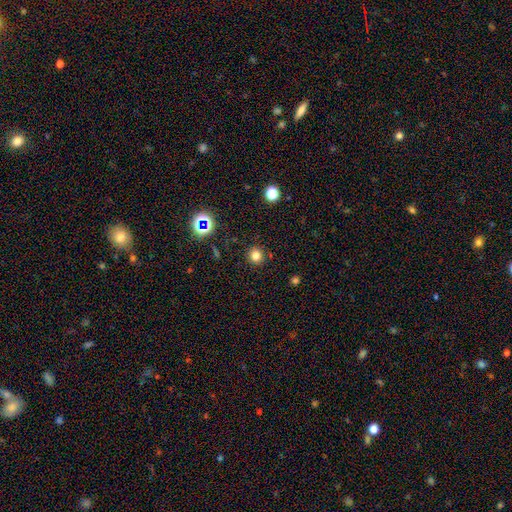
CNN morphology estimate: Q: Smooth or featured?
A: smooth (77%); runner-up: star or artifact (17%)
Q: How rounded?
A: round (92%); runner-up: in between (7%)
Q: Merging?
A: none (90%); runner-up: minor disturbance (6%)